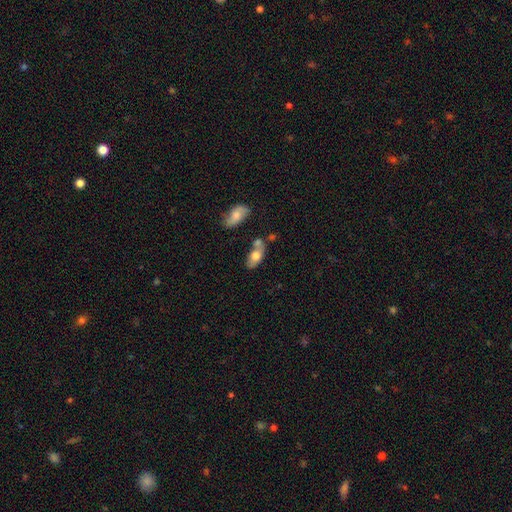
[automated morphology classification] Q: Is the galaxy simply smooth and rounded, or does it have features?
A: smooth — 67%.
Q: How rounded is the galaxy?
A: in between — 86%.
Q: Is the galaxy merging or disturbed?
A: none — 48%.